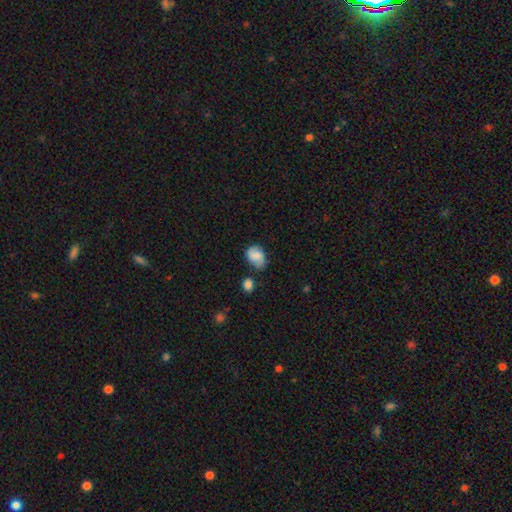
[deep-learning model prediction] smooth_or_featured: smooth (p=0.70) [alt: featured or disk p=0.21]
how_rounded: in between (p=0.71) [alt: round p=0.28]
merging: none (p=0.56) [alt: minor disturbance p=0.28]